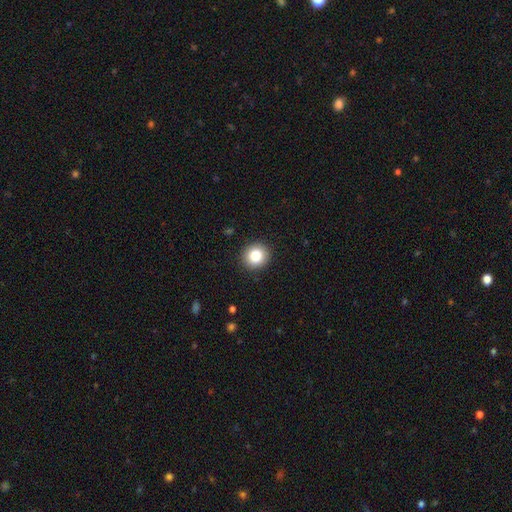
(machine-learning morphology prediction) type=smooth (85%); roundness=round (87%); merging=none (92%).